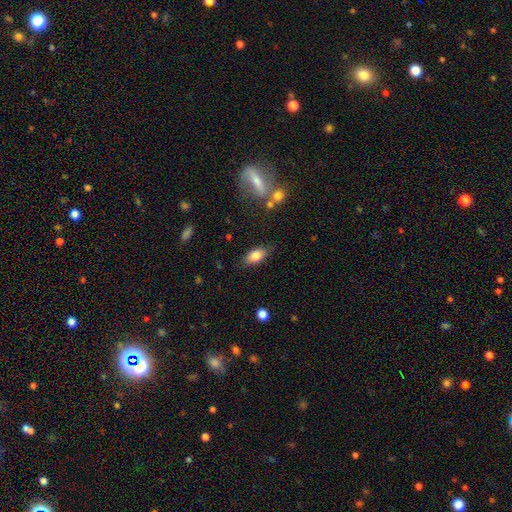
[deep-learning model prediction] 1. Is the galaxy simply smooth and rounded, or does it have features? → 82% smooth, 11% featured or disk, 8% star or artifact.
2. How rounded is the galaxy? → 89% in between, 6% cigar-shaped, 5% round.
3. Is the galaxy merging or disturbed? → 80% none, 14% minor disturbance, 3% major disturbance, 2% merger.